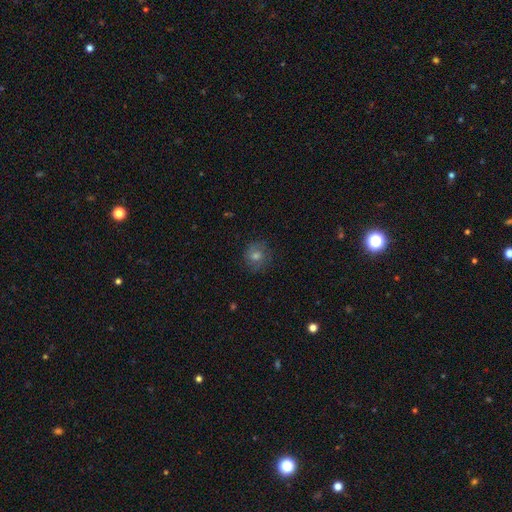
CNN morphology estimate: type=smooth (54%); roundness=round (84%); merging=none (83%).